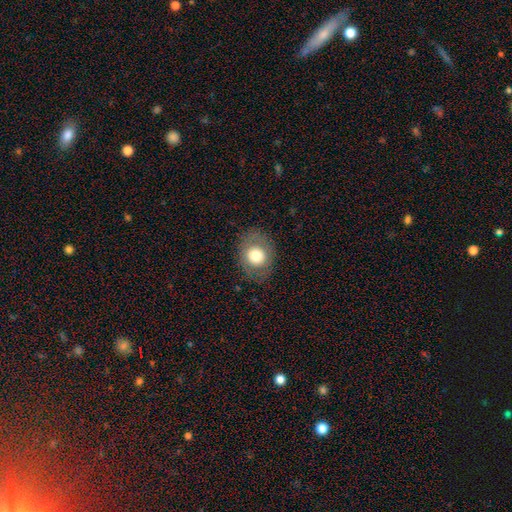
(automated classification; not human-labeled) Q: Smooth or featured?
A: smooth (69%); runner-up: featured or disk (22%)
Q: How rounded?
A: round (52%); runner-up: in between (47%)
Q: Merging?
A: none (82%); runner-up: minor disturbance (12%)